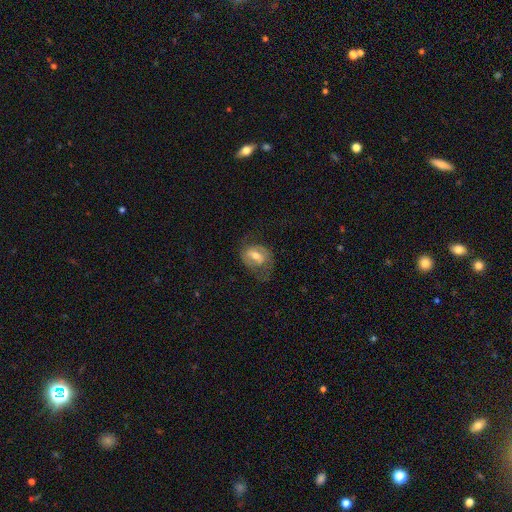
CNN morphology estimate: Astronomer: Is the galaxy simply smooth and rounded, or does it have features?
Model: featured or disk — 54% (runner-up: smooth, 39%).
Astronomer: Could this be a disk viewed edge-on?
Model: no — 94%.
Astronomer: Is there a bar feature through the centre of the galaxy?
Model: weak — 44% (runner-up: strong, 28%).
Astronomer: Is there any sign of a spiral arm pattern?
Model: yes — 69%.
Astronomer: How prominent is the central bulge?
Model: moderate — 65%.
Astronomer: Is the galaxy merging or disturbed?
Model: none — 55%.